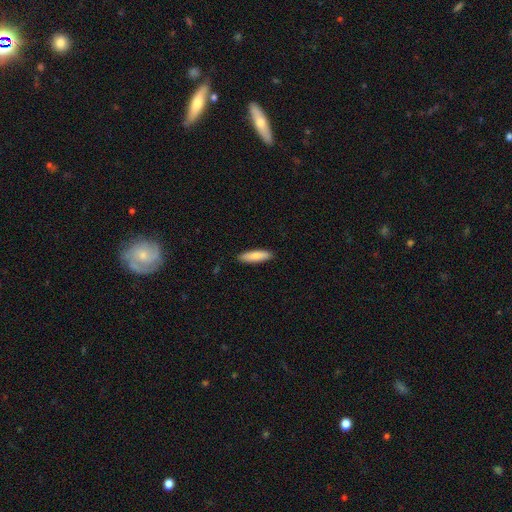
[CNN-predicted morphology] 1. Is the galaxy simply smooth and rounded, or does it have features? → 85% smooth, 10% featured or disk, 5% star or artifact.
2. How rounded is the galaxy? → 66% cigar-shaped, 32% in between, 1% round.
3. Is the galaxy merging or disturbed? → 90% none, 7% minor disturbance, 1% major disturbance, 1% merger.